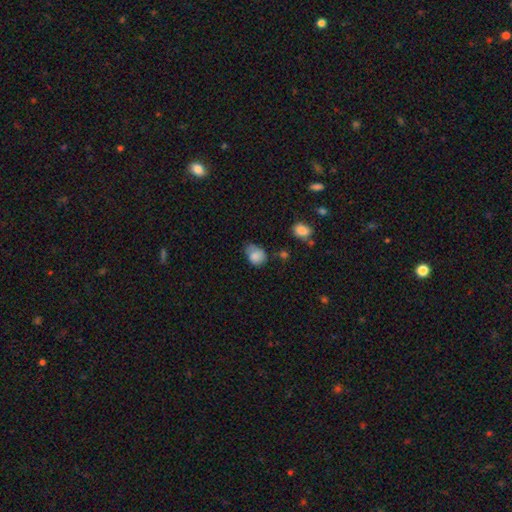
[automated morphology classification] smooth-or-featured: smooth: 83% | star or artifact: 9% | featured or disk: 8%
  how-rounded: in between: 52% | round: 47% | cigar-shaped: 1%
  merging: minor disturbance: 42% | none: 39% | major disturbance: 14% | merger: 5%